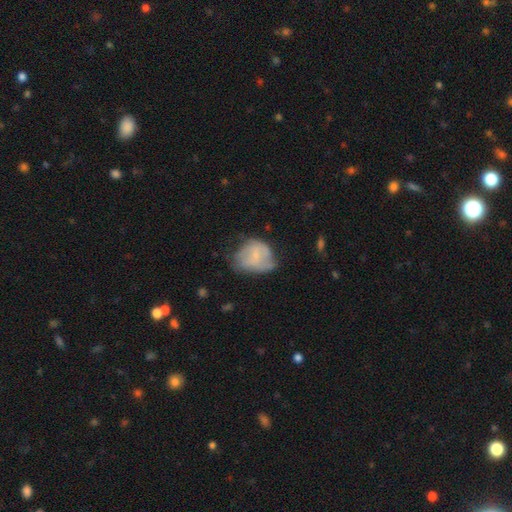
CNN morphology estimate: This appears to be a smooth galaxy with no disk features (54%) that is round (50%). Merging: minor disturbance (38%).